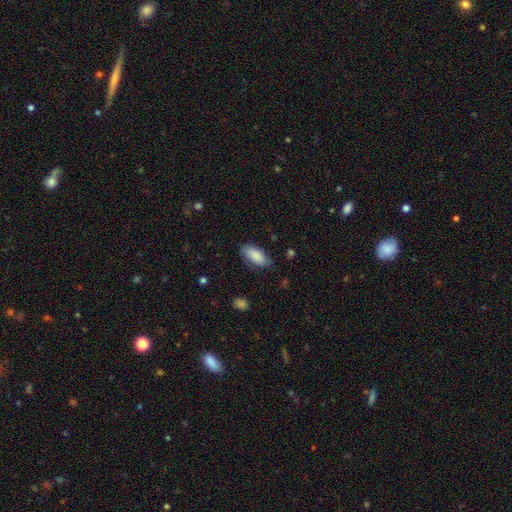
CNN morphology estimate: smooth-or-featured: smooth: 85% | featured or disk: 9% | star or artifact: 6%
  how-rounded: in between: 91% | cigar-shaped: 6% | round: 2%
  merging: none: 71% | minor disturbance: 22% | major disturbance: 5% | merger: 1%